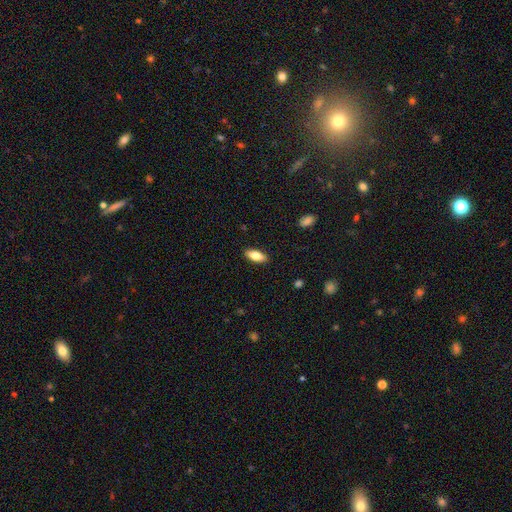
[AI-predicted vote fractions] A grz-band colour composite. It shows a smooth galaxy with no disk features (76%) that is in between round and cigar-shaped (78%). Merging: none (89%).